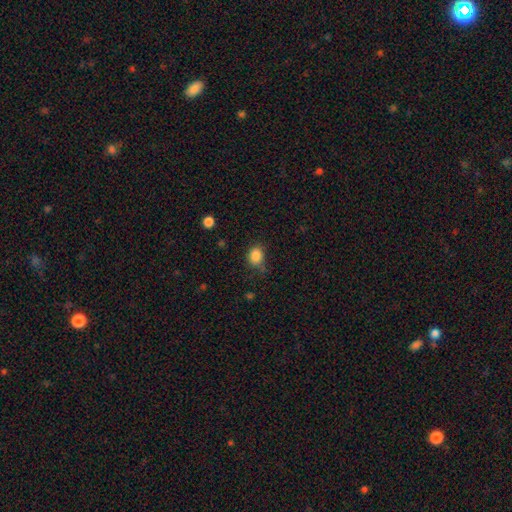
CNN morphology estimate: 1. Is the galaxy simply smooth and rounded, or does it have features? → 85% smooth, 11% star or artifact, 4% featured or disk.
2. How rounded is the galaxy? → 56% round, 43% in between, 1% cigar-shaped.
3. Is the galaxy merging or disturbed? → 70% none, 21% minor disturbance, 6% major disturbance, 3% merger.